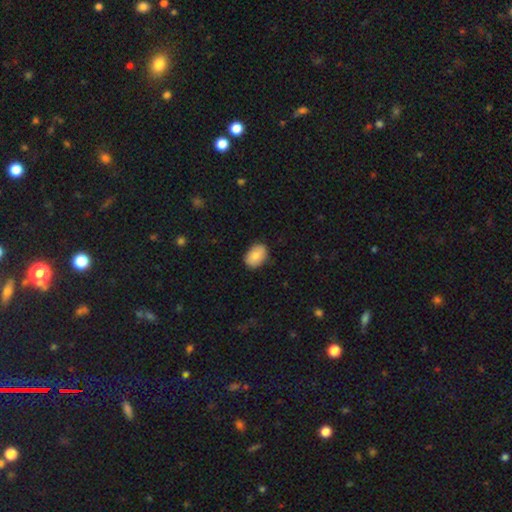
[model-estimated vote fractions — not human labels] Smooth or featured? Predicted: smooth (p=0.80). How rounded? Predicted: in between (p=0.83). Merging? Predicted: none (p=0.85).